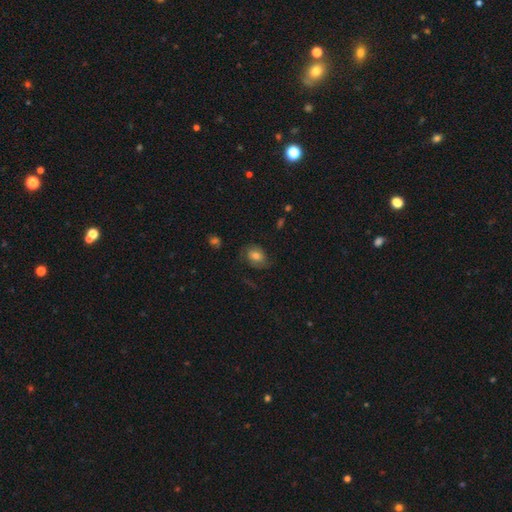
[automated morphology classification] Q: Smooth or featured?
A: smooth (57%); runner-up: featured or disk (33%)
Q: How rounded?
A: in between (65%); runner-up: round (34%)
Q: Merging?
A: none (59%); runner-up: minor disturbance (23%)